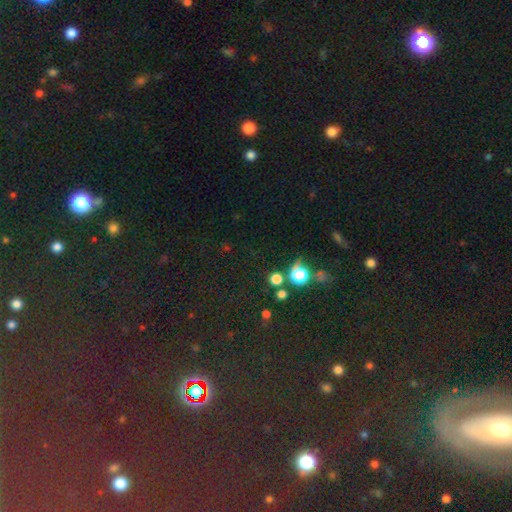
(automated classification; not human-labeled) Morphology: type=star or artifact (73%).